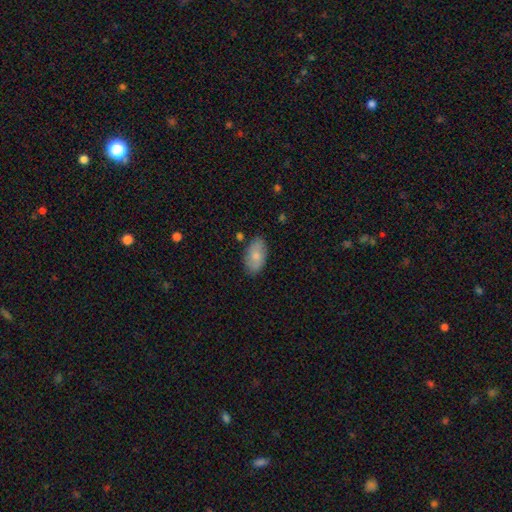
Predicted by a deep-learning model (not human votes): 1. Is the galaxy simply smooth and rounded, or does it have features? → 77% smooth, 16% featured or disk, 6% star or artifact.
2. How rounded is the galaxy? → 94% in between, 4% round, 2% cigar-shaped.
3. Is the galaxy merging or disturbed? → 80% none, 15% minor disturbance, 3% major disturbance, 2% merger.